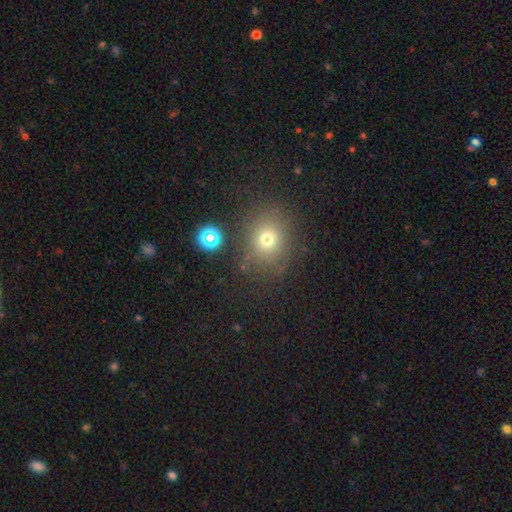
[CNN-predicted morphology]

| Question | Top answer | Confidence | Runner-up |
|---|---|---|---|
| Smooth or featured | smooth | 68% | star or artifact (23%) |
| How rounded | round | 74% | in between (25%) |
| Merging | none | 81% | minor disturbance (10%) |